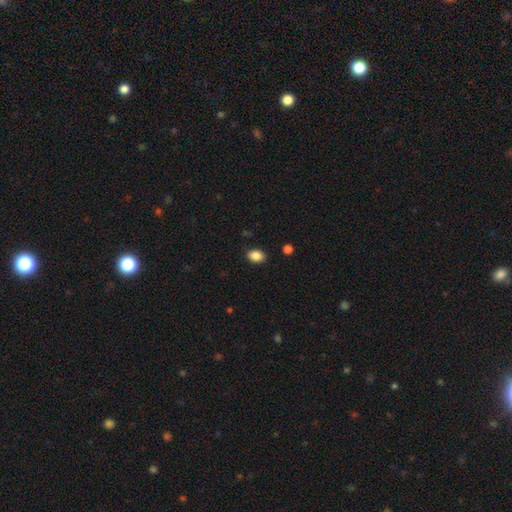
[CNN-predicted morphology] This appears to be a smooth galaxy with no disk features (87%) that is in between round and cigar-shaped (74%). Merging: none (87%).